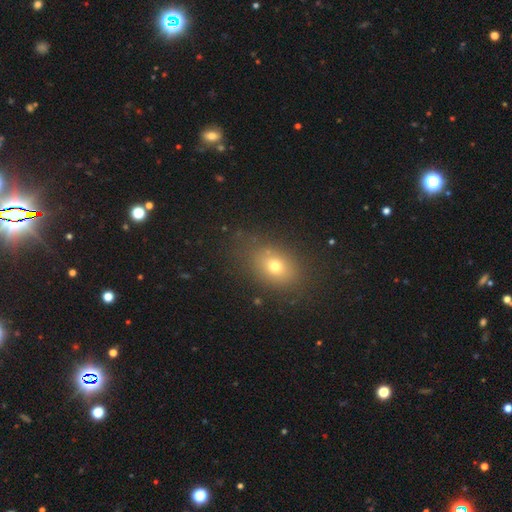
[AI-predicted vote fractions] Smooth or featured? smooth (65%)
How rounded? in between (65%)
Merging? none (83%)